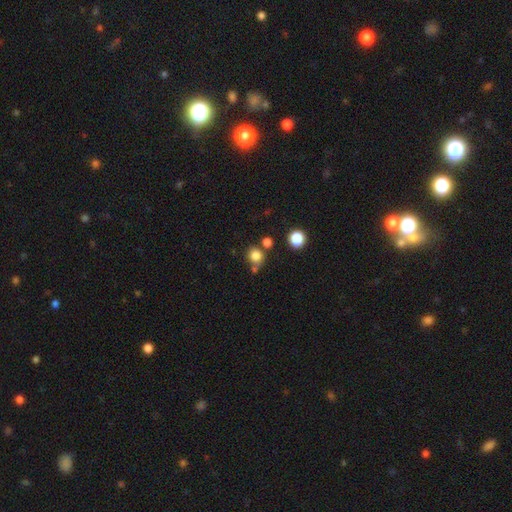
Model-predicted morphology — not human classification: A smooth galaxy with no disk features (81%) that is round (87%). Merging: none (66%).